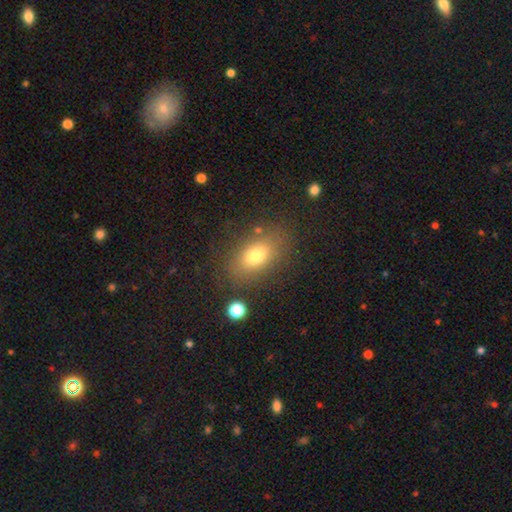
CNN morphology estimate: A smooth galaxy with no disk features (76%) that is in between round and cigar-shaped (85%).

Vote fractions:
- Smooth or featured? smooth: 76% / featured or disk: 14% / star or artifact: 11%
- How rounded? in between: 85% / round: 12% / cigar-shaped: 3%
- Merging? none: 79% / minor disturbance: 12% / major disturbance: 5% / merger: 3%